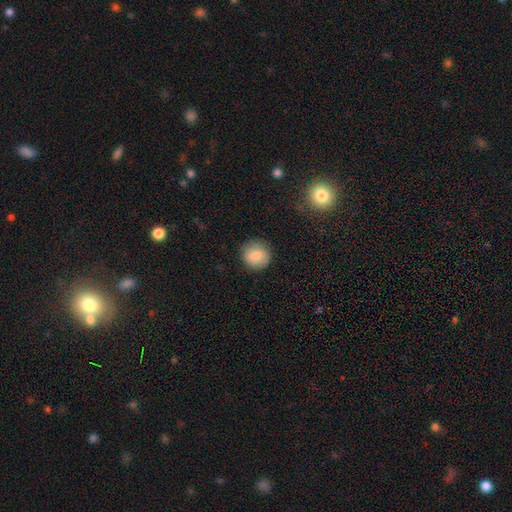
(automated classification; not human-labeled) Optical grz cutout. It shows a smooth galaxy with no disk features (82%) that is round (93%). Merging: none (89%).